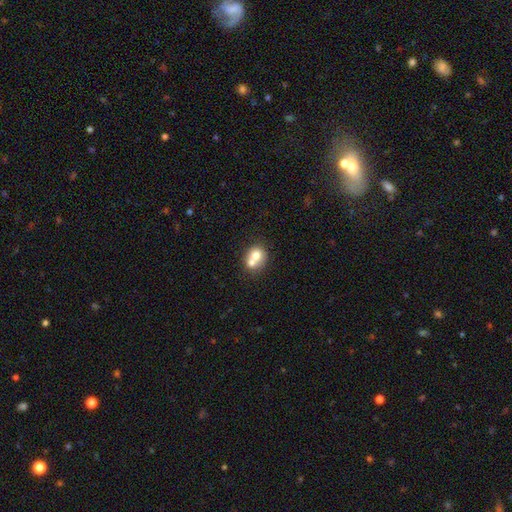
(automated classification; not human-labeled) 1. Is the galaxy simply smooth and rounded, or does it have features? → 68% smooth, 23% featured or disk, 9% star or artifact.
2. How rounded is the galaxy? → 69% round, 30% in between, 1% cigar-shaped.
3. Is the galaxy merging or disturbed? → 64% merger, 27% none, 6% minor disturbance, 3% major disturbance.